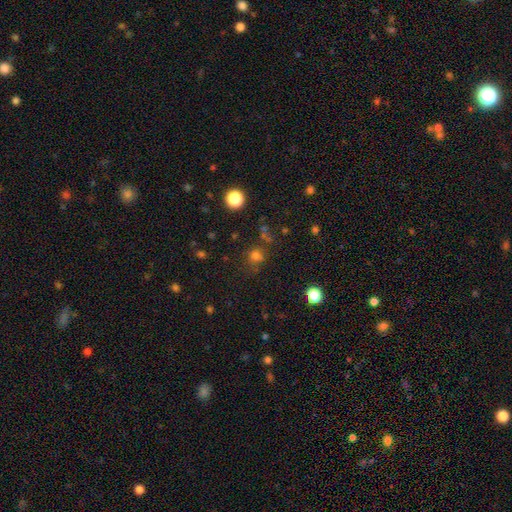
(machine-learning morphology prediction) smooth-or-featured: smooth: 68% | star or artifact: 25% | featured or disk: 8%
  how-rounded: round: 81% | in between: 18% | cigar-shaped: 1%
  merging: none: 68% | minor disturbance: 15% | merger: 8% | major disturbance: 8%